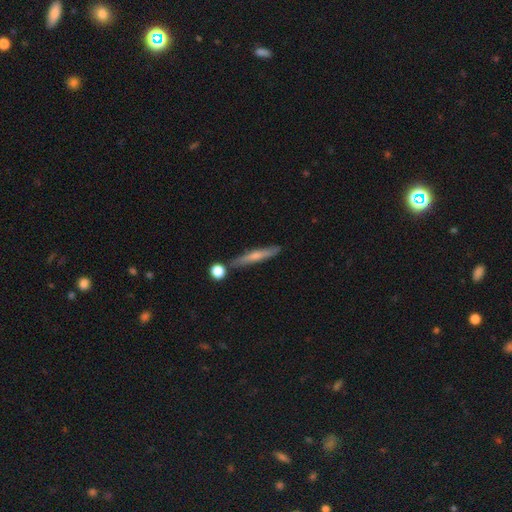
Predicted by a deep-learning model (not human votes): Smooth or featured? Predicted: smooth (p=0.51). How rounded? Predicted: cigar-shaped (p=0.91). Merging? Predicted: none (p=0.78).